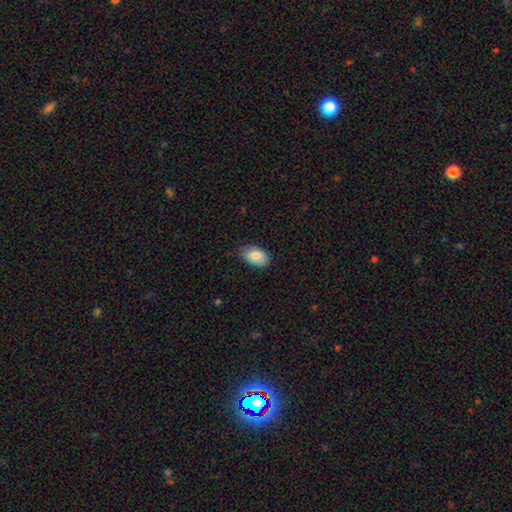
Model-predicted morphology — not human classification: Q: Smooth or featured?
A: smooth (85%); runner-up: featured or disk (9%)
Q: How rounded?
A: in between (93%); runner-up: round (6%)
Q: Merging?
A: none (69%); runner-up: minor disturbance (26%)